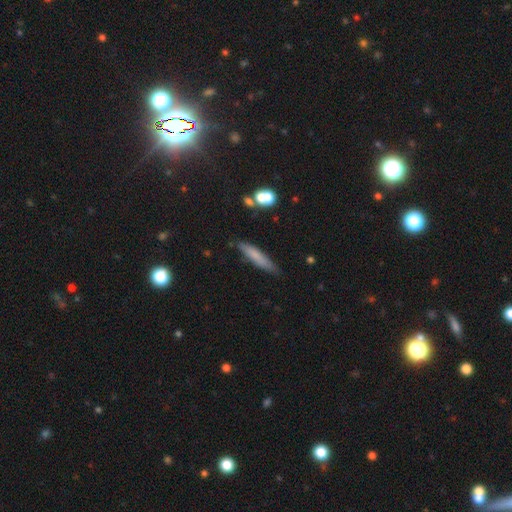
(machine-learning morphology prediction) This is likely a smooth galaxy (70%). How rounded: clearly cigar-shaped (87%). Merging: clearly none (80%).